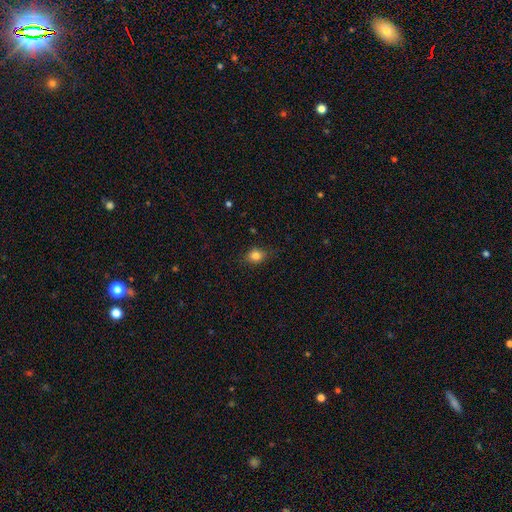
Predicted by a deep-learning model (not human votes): smooth_or_featured: smooth (p=0.80) [alt: star or artifact p=0.11]
how_rounded: round (p=0.53) [alt: in between p=0.45]
merging: none (p=0.76) [alt: minor disturbance p=0.18]